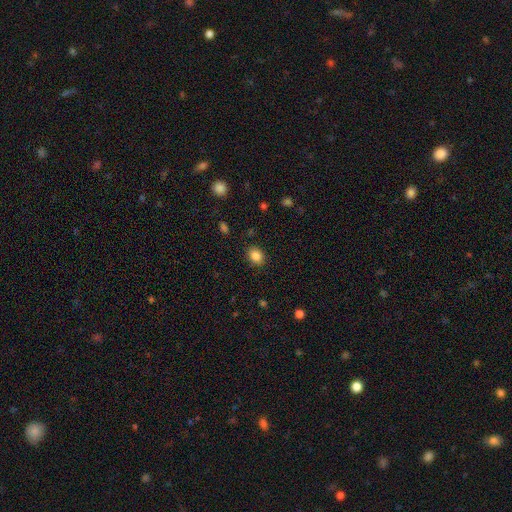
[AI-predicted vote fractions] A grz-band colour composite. It shows a smooth galaxy with no disk features (86%) that is in between round and cigar-shaped (53%). Merging: none (87%).